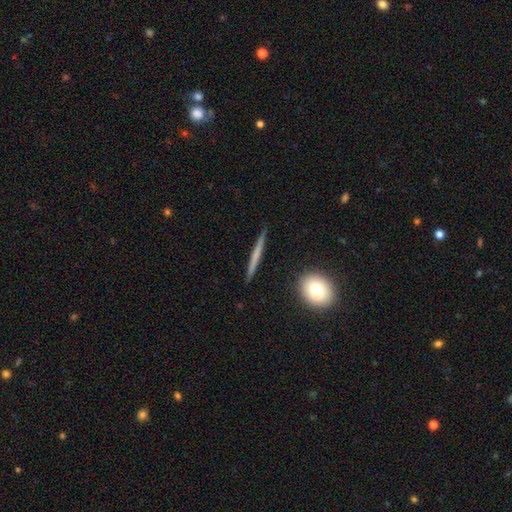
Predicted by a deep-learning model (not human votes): Morphology: type=smooth (47%); merging=none (91%).